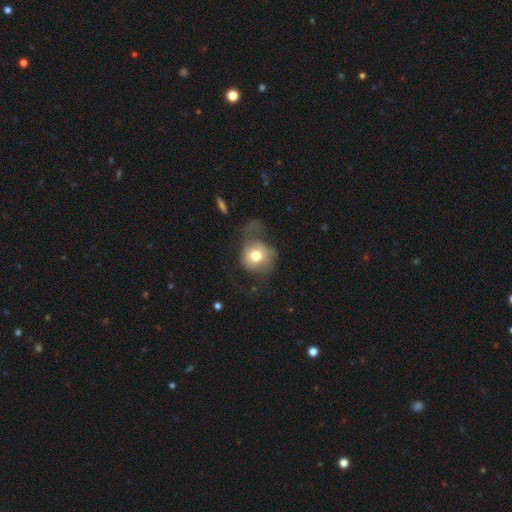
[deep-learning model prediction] Smooth or featured? smooth (69%)
How rounded? round (80%)
Merging? major disturbance (43%)